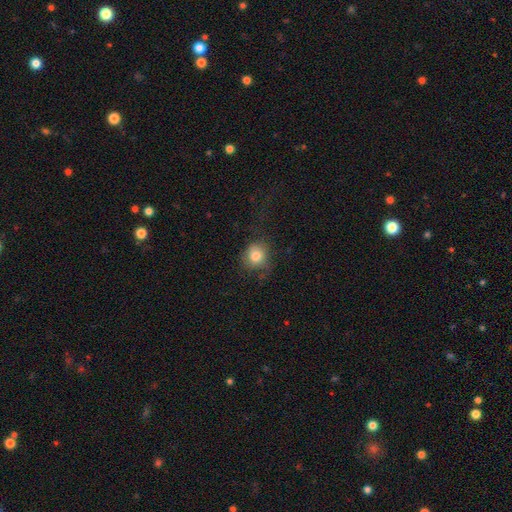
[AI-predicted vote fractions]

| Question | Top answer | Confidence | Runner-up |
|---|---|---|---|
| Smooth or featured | smooth | 80% | star or artifact (11%) |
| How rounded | round | 82% | in between (17%) |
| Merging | none | 68% | minor disturbance (20%) |